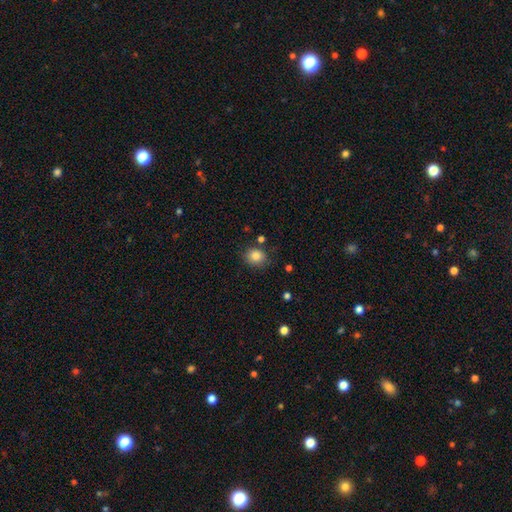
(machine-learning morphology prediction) This appears to be a smooth galaxy with no disk features (84%) that is round (71%). Merging: none (79%).